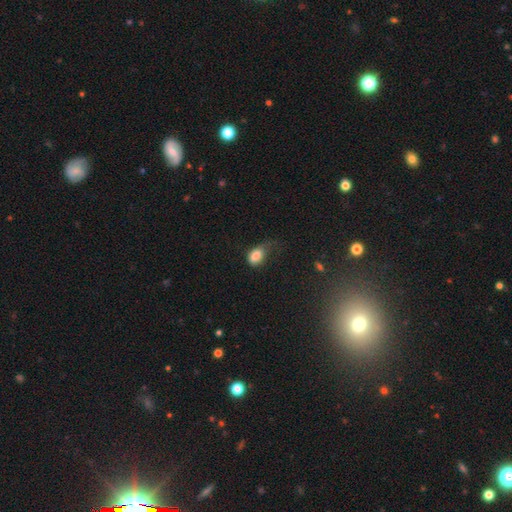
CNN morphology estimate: Smooth or featured: smooth — 82% (featured or disk — 10%)
How rounded: in between — 85% (round — 13%)
Merging: major disturbance — 40% (minor disturbance — 33%)